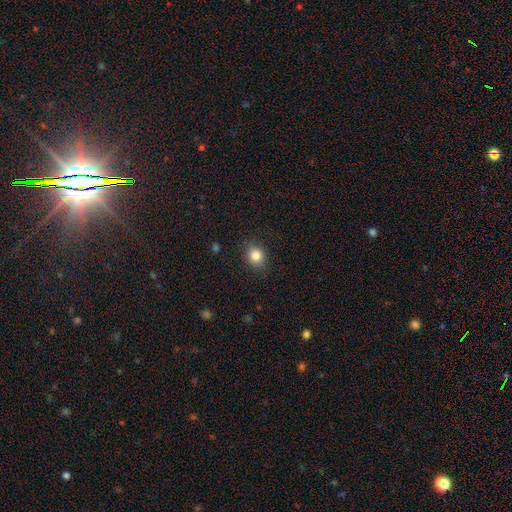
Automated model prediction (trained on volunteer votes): This appears to be a smooth galaxy with no disk features (83%) that is round (72%). Merging: none (87%).